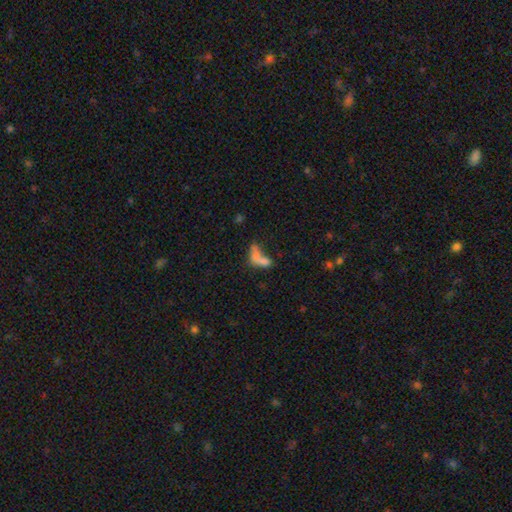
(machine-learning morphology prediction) This is likely a smooth galaxy (66%). How rounded: likely in between (78%). Merging: possibly merger (50%).